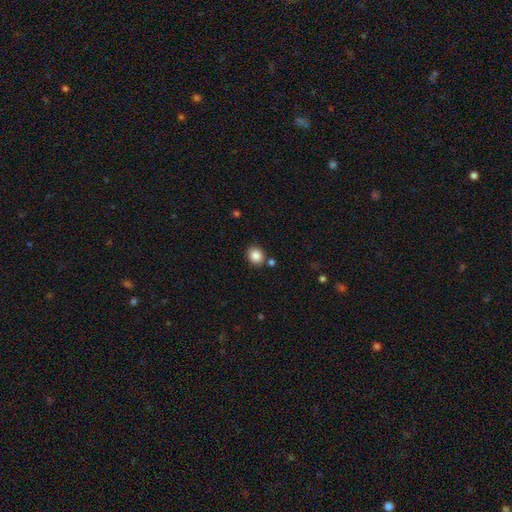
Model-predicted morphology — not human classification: Q: Smooth or featured?
A: smooth (86%); runner-up: star or artifact (9%)
Q: How rounded?
A: round (72%); runner-up: in between (27%)
Q: Merging?
A: none (81%); runner-up: minor disturbance (9%)